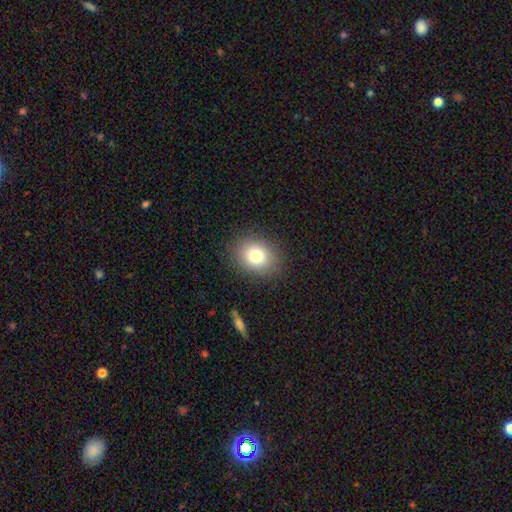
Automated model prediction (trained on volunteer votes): Smooth or featured? Predicted: smooth (p=0.79). How rounded? Predicted: round (p=0.53). Merging? Predicted: none (p=0.87).